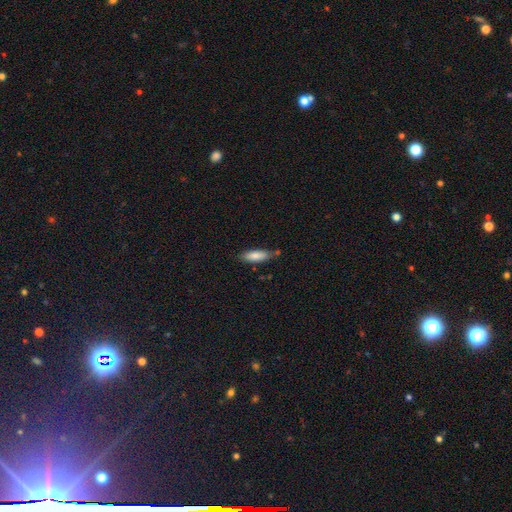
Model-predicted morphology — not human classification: Smooth or featured: smooth — 82% (featured or disk — 12%)
How rounded: in between — 53% (cigar-shaped — 45%)
Merging: none — 67% (minor disturbance — 22%)